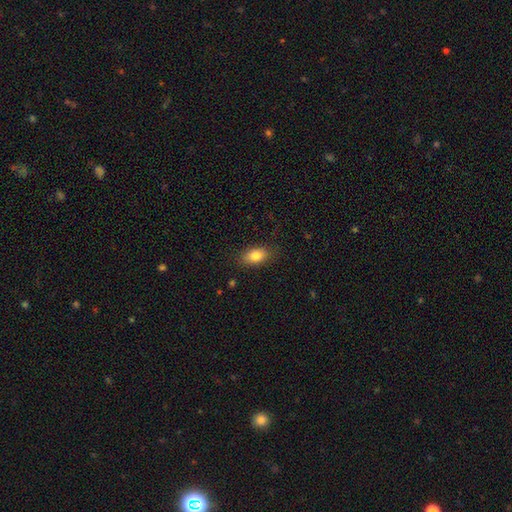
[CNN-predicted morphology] smooth-or-featured: smooth: 83% | featured or disk: 9% | star or artifact: 8%
  how-rounded: in between: 87% | round: 10% | cigar-shaped: 4%
  merging: none: 85% | minor disturbance: 12% | major disturbance: 3% | merger: 1%